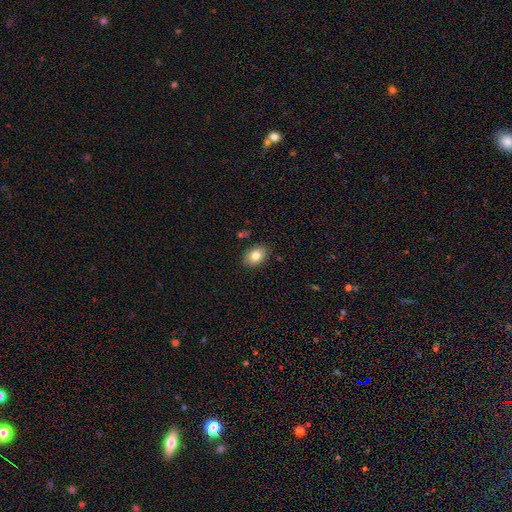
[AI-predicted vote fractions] A smooth galaxy with no disk features (82%) that is in between round and cigar-shaped (76%). Merging: none (88%).